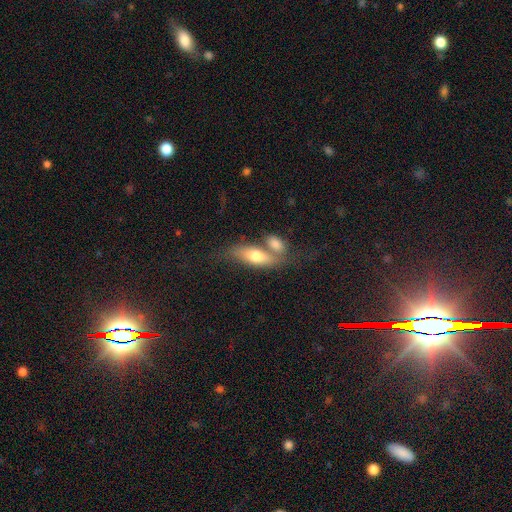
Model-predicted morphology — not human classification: type=smooth (64%); roundness=in between (71%); merging=merger (47%).